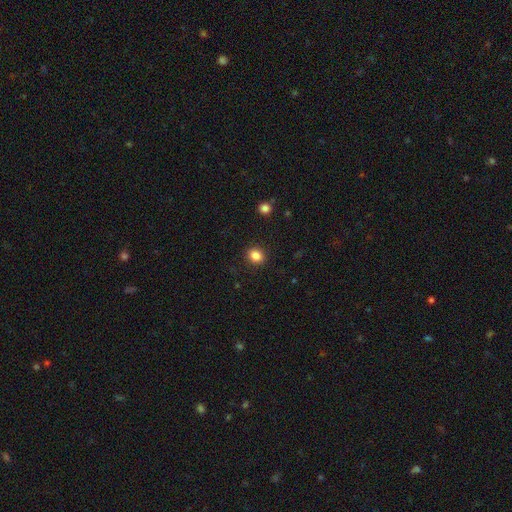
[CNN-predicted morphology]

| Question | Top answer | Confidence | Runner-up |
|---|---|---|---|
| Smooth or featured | smooth | 85% | star or artifact (10%) |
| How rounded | round | 62% | in between (37%) |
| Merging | none | 90% | minor disturbance (7%) |